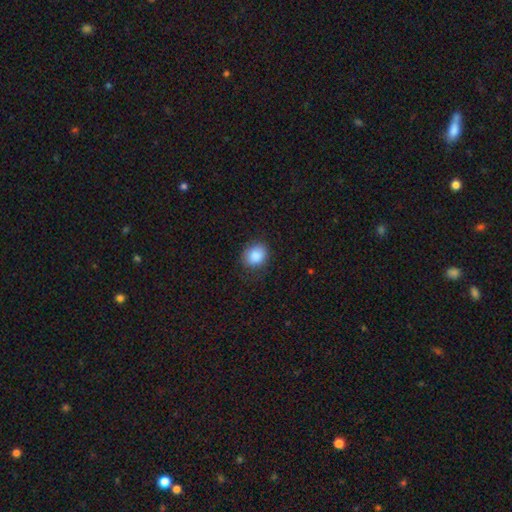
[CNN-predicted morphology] Smooth or featured: smooth — 88% (star or artifact — 8%)
How rounded: round — 59% (in between — 40%)
Merging: none — 79% (minor disturbance — 15%)